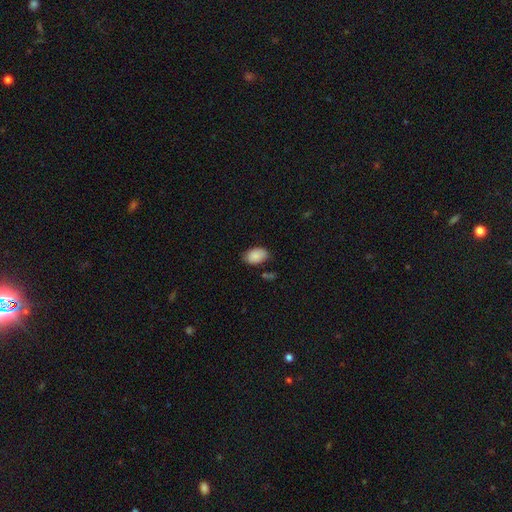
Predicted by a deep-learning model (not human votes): smooth 88%, star or artifact 7%, featured or disk 5%. Down the decision tree: how rounded — in between (89%); merging — none (77%).